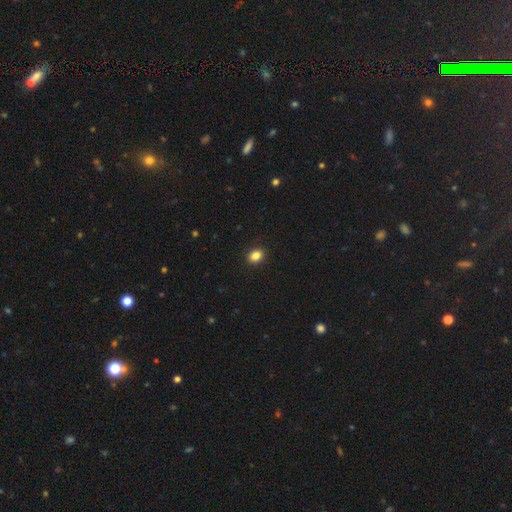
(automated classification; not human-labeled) A smooth galaxy with no disk features (85%) that is in between round and cigar-shaped (55%).

Vote fractions:
- Smooth or featured? smooth: 85% / star or artifact: 10% / featured or disk: 4%
- How rounded? in between: 55% / round: 44% / cigar-shaped: 1%
- Merging? none: 91% / minor disturbance: 6% / major disturbance: 2% / merger: 1%